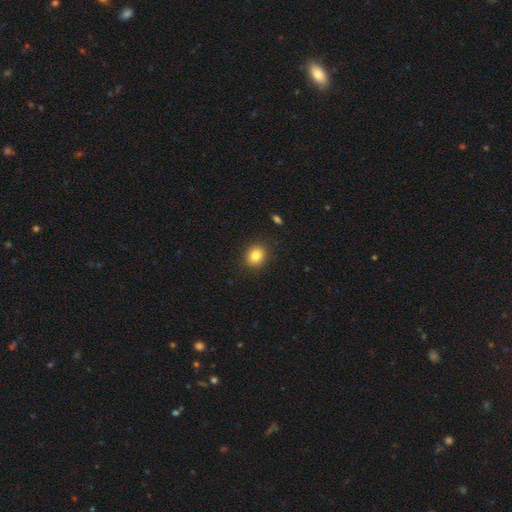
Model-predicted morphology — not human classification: This is clearly a smooth galaxy (83%). How rounded: likely round (71%). Merging: clearly none (90%).